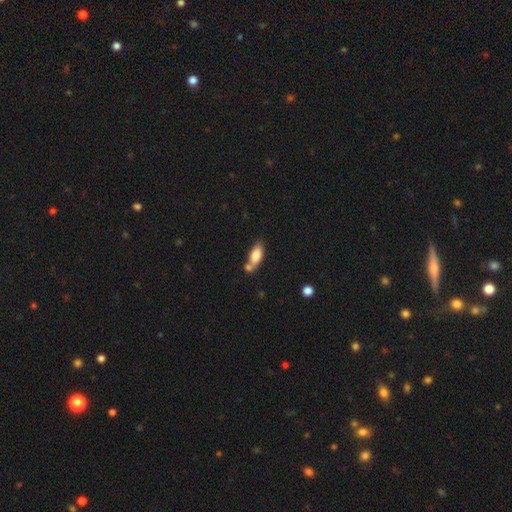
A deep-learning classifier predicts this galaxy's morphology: This is likely a smooth galaxy (78%). How rounded: likely in between (76%). Merging: possibly none (47%).